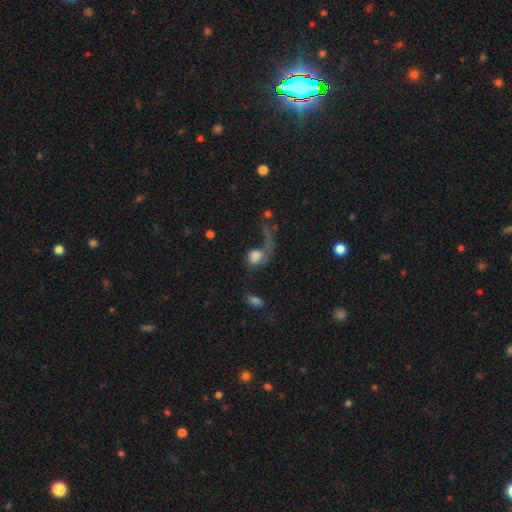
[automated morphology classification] Smooth or featured?
  - smooth: 60% *
  - featured or disk: 27%
  - star or artifact: 14%
How rounded?
  - in between: 54% *
  - round: 43%
  - cigar-shaped: 3%
Merging?
  - major disturbance: 49% *
  - merger: 22%
  - none: 17%
  - minor disturbance: 11%